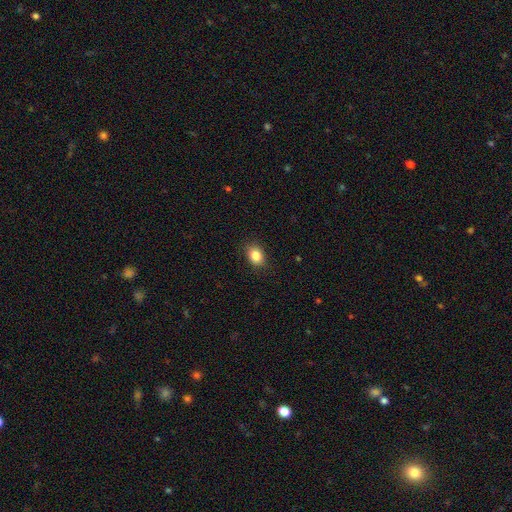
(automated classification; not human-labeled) Overall: smooth (85%). How rounded: in between (68%; round 31%). Merging: none (87%).